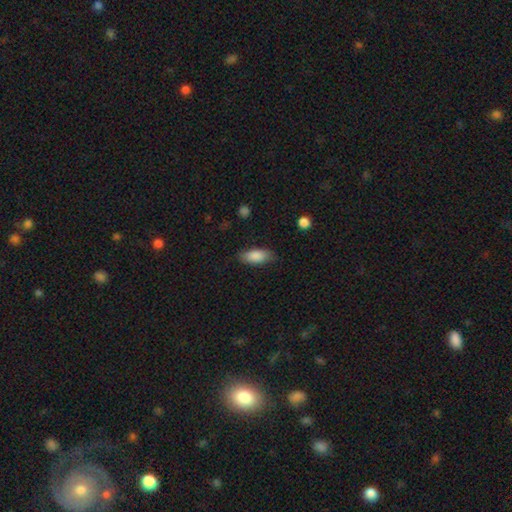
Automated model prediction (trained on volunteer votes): Smooth or featured: smooth — 86% (featured or disk — 8%)
How rounded: in between — 85% (cigar-shaped — 13%)
Merging: none — 83% (minor disturbance — 13%)